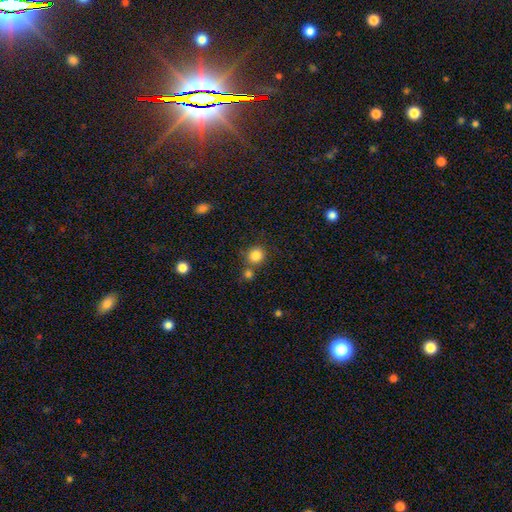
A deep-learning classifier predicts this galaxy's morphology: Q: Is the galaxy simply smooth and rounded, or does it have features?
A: smooth — 84%.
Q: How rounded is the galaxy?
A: round — 88%.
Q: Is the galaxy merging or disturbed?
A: none — 67%.